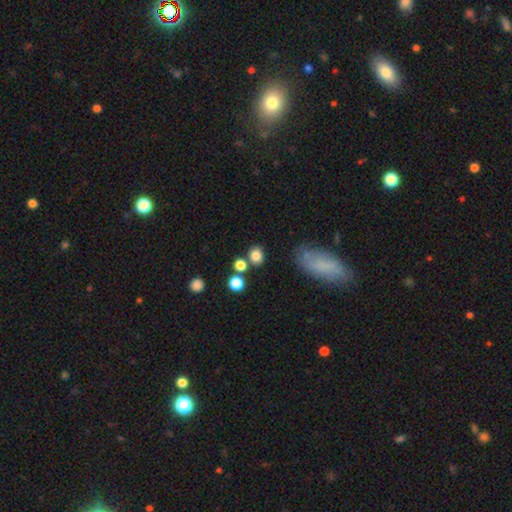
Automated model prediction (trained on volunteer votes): Smooth or featured: smooth — 81% (star or artifact — 12%)
How rounded: round — 58% (in between — 40%)
Merging: none — 73% (merger — 12%)